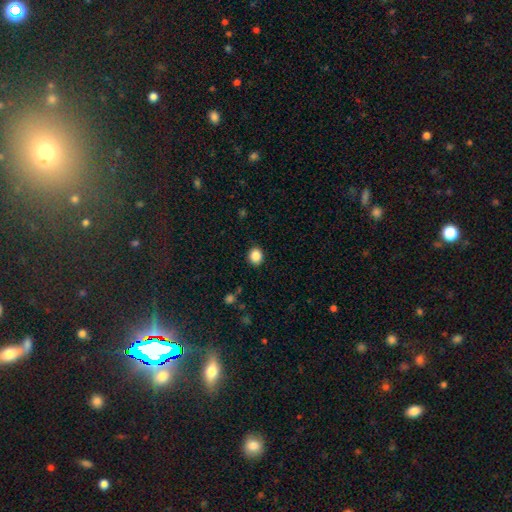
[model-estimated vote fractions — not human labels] Overall: smooth (87%). How rounded: round (65%; in between 34%). Merging: none (90%).